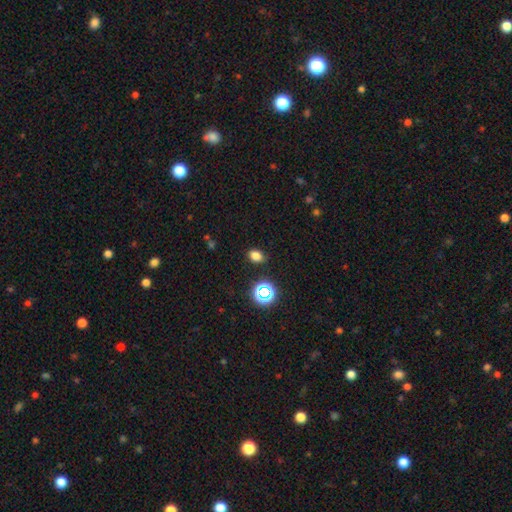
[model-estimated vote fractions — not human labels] A smooth galaxy with no disk features (76%) that is in between round and cigar-shaped (67%).

Vote fractions:
- Smooth or featured? smooth: 76% / star or artifact: 19% / featured or disk: 5%
- How rounded? in between: 67% / round: 32% / cigar-shaped: 1%
- Merging? none: 85% / minor disturbance: 10% / major disturbance: 3% / merger: 2%